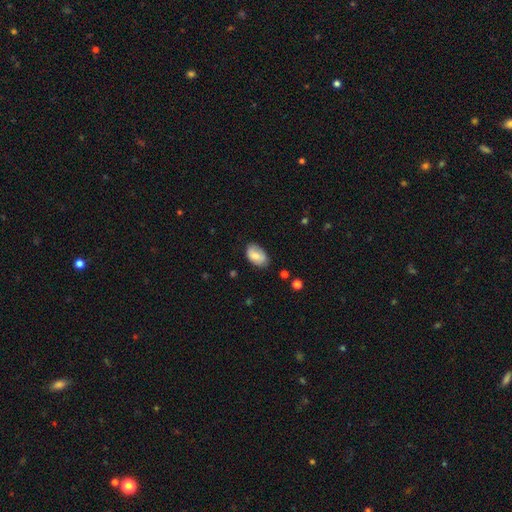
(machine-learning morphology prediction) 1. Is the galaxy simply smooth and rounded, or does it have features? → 79% smooth, 14% featured or disk, 7% star or artifact.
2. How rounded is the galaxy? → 93% in between, 6% round, 1% cigar-shaped.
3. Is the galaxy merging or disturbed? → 71% none, 23% minor disturbance, 4% major disturbance, 2% merger.